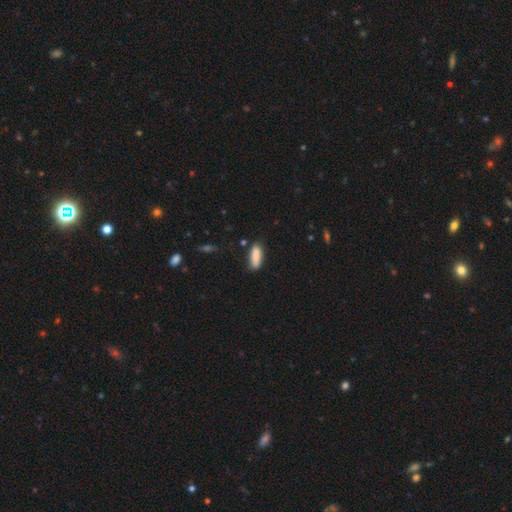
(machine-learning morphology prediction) Smooth or featured? Predicted: smooth (p=0.87). How rounded? Predicted: in between (p=0.56). Merging? Predicted: none (p=0.77).